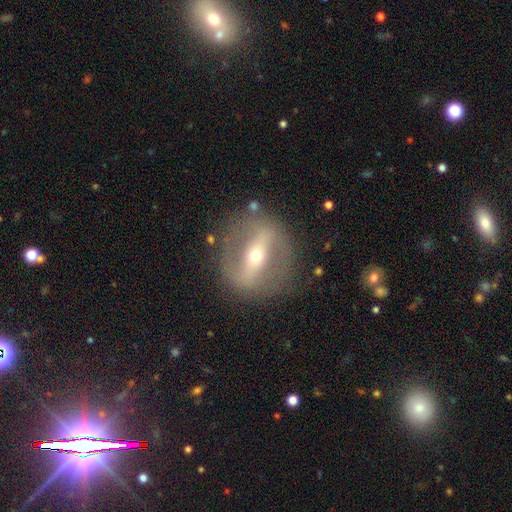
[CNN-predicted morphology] Smooth or featured: featured or disk — 75% (smooth — 18%)
Edge-on disk: no — 79% (yes — 21%)
Bar: strong — 74% (weak — 15%)
Spiral arms: no — 71% (yes — 29%)
Bulge size: small — 48% (moderate — 46%)
Merging: none — 83% (minor disturbance — 10%)